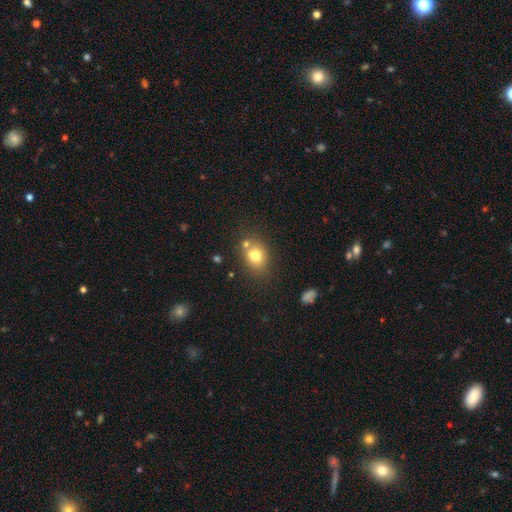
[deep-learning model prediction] Smooth or featured: smooth — 76% (featured or disk — 13%)
How rounded: in between — 54% (round — 45%)
Merging: none — 58% (merger — 22%)